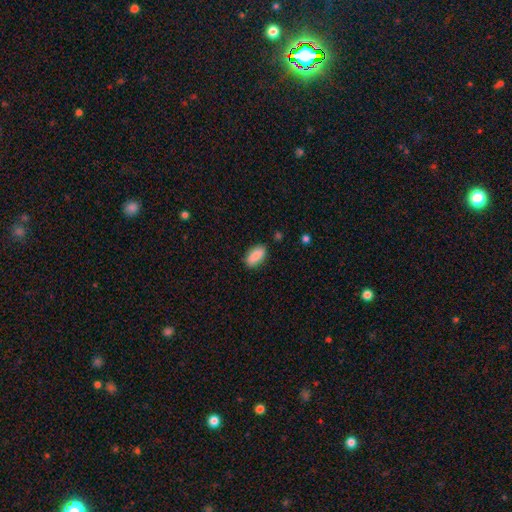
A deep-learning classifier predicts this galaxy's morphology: A smooth galaxy with no disk features (89%) that is in between round and cigar-shaped (89%).

Vote fractions:
- Smooth or featured? smooth: 89% / star or artifact: 7% / featured or disk: 5%
- How rounded? in between: 89% / cigar-shaped: 7% / round: 3%
- Merging? none: 83% / minor disturbance: 13% / major disturbance: 3% / merger: 2%